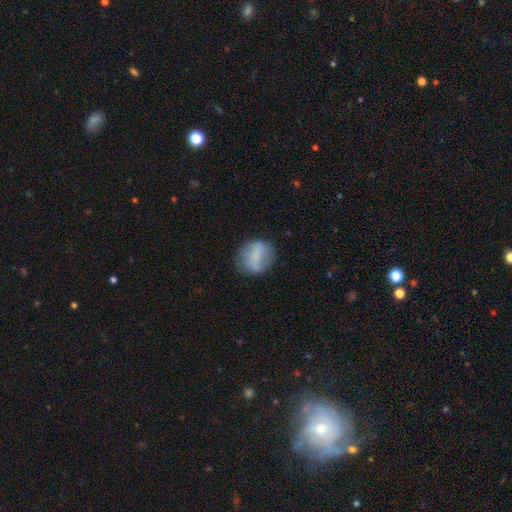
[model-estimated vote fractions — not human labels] Q: Smooth or featured?
A: smooth (64%); runner-up: featured or disk (28%)
Q: How rounded?
A: round (58%); runner-up: in between (40%)
Q: Merging?
A: none (68%); runner-up: minor disturbance (21%)